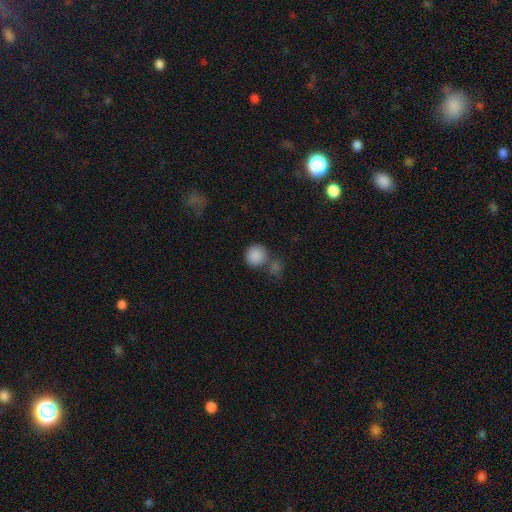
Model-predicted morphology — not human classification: Overall: smooth (87%). How rounded: round (91%). Merging: none (57%; merger 29%).